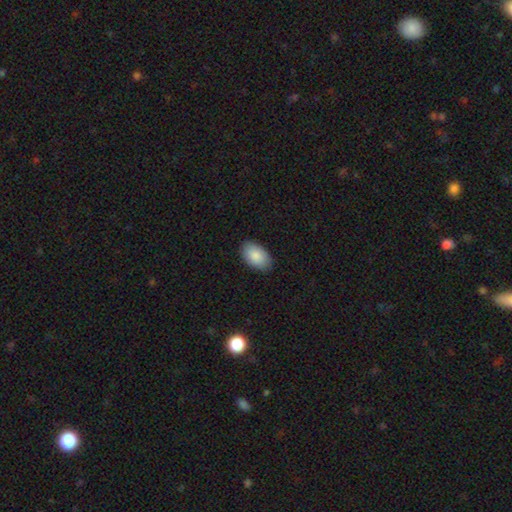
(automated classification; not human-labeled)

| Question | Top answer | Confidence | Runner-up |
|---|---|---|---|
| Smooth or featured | smooth | 88% | star or artifact (6%) |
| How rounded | in between | 94% | round (4%) |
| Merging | none | 87% | minor disturbance (10%) |